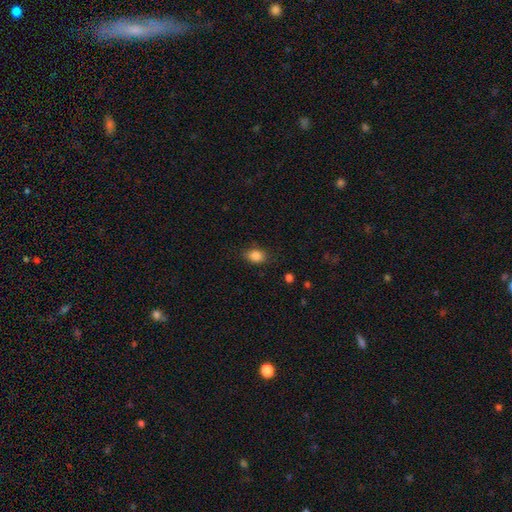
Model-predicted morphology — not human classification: Smooth or featured? Predicted: smooth (p=0.85). How rounded? Predicted: in between (p=0.71). Merging? Predicted: none (p=0.79).